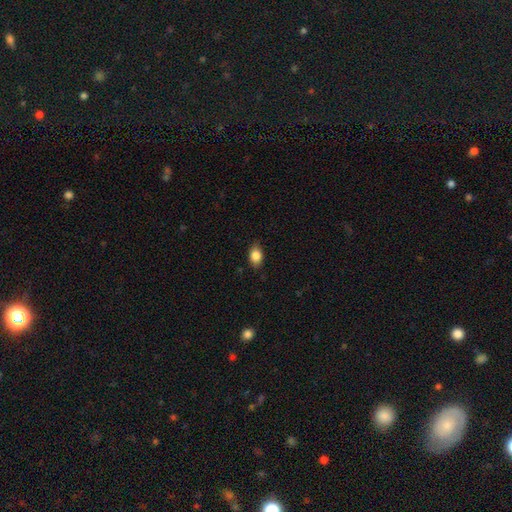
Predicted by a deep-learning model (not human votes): This appears to be a smooth galaxy with no disk features (85%) that is in between round and cigar-shaped (82%). Merging: none (83%).